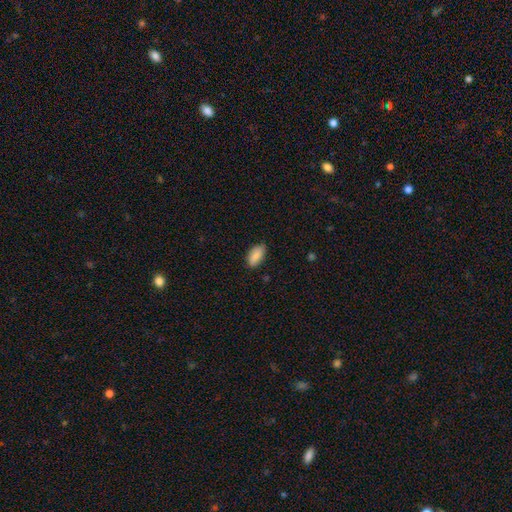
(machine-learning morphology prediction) Q: Smooth or featured?
A: smooth (87%); runner-up: star or artifact (7%)
Q: How rounded?
A: in between (92%); runner-up: cigar-shaped (5%)
Q: Merging?
A: none (79%); runner-up: minor disturbance (17%)